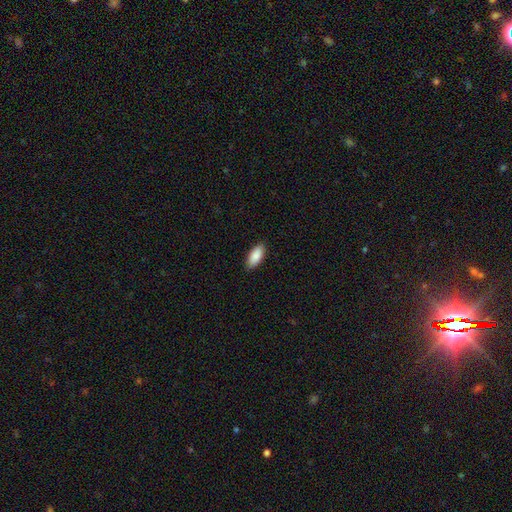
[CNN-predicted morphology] A smooth galaxy with no disk features (90%) that is in between round and cigar-shaped (87%). Merging: none (89%).